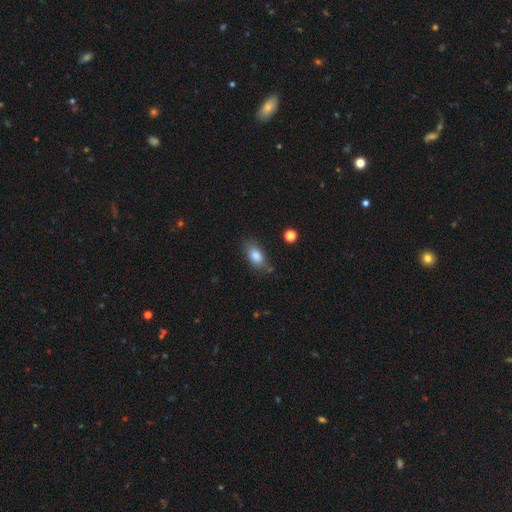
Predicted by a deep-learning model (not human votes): The model was most divided on "merging": none: 72%, minor disturbance: 19%, major disturbance: 5%, merger: 4%. More confident: how rounded — in between (87%); smooth or featured — smooth (84%).